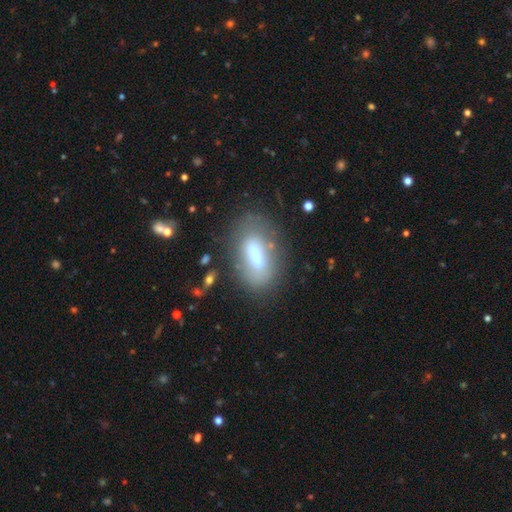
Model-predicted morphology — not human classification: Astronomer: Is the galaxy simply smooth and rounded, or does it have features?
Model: smooth — 56% (runner-up: featured or disk, 33%).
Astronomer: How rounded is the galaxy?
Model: in between — 71%.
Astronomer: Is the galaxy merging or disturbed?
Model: none — 70%.